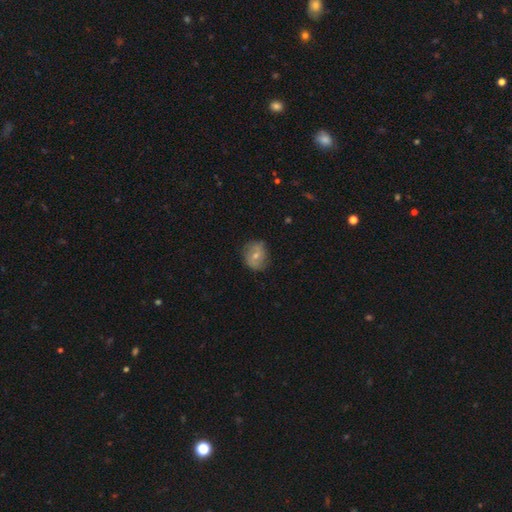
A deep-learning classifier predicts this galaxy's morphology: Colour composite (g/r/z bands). It shows a smooth galaxy with no disk features (59%) that is round (64%). Merging: none (73%).